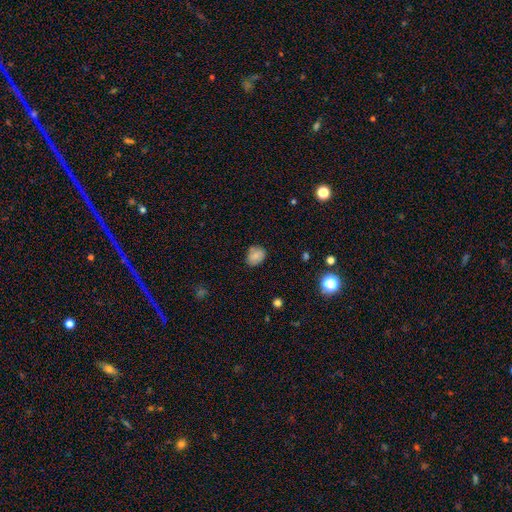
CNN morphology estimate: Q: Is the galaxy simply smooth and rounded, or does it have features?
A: smooth — 79%.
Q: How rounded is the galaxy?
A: in between — 50%.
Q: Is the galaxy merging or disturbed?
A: none — 76%.